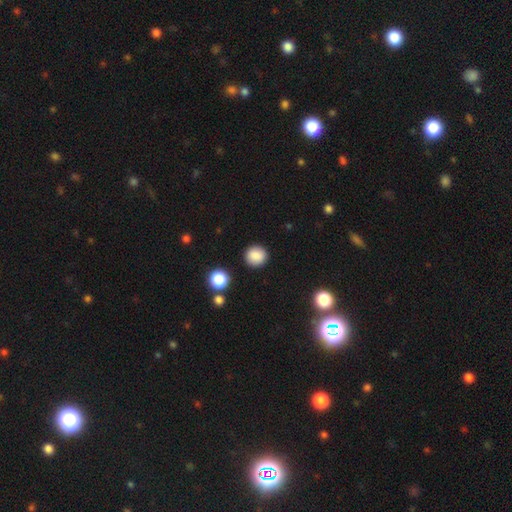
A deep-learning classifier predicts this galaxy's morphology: Smooth or featured? Predicted: smooth (p=0.87). How rounded? Predicted: round (p=0.91). Merging? Predicted: none (p=0.90).